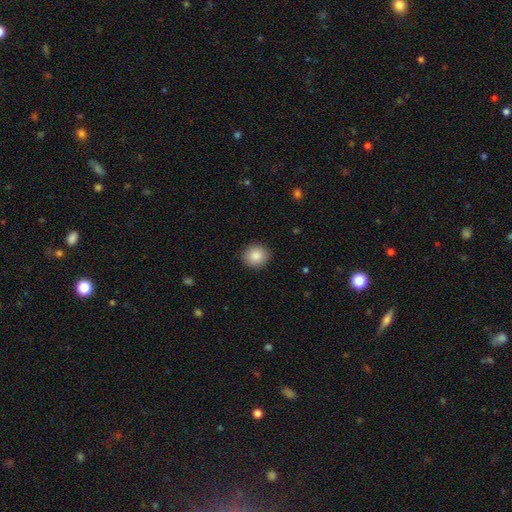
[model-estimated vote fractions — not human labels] Smooth or featured?
  - smooth: 87% *
  - star or artifact: 8%
  - featured or disk: 5%
How rounded?
  - round: 83% *
  - in between: 16%
  - cigar-shaped: 1%
Merging?
  - none: 91% *
  - minor disturbance: 6%
  - major disturbance: 2%
  - merger: 1%